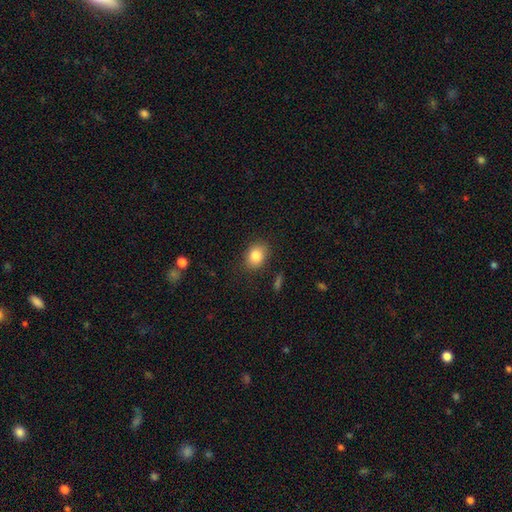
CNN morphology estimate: Smooth or featured? Predicted: smooth (p=0.84). How rounded? Predicted: in between (p=0.60). Merging? Predicted: none (p=0.84).